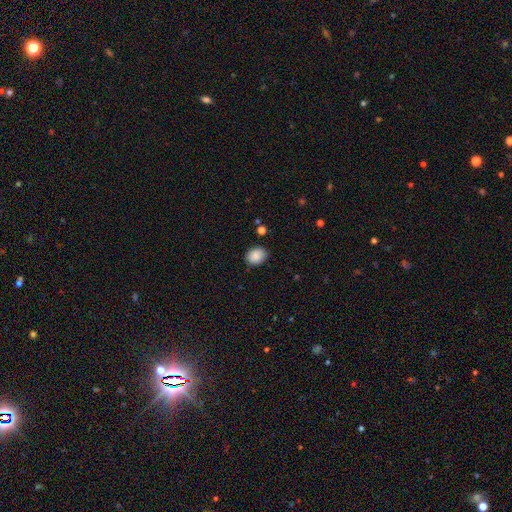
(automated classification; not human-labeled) Smooth or featured?
  - smooth: 88% *
  - star or artifact: 8%
  - featured or disk: 4%
How rounded?
  - in between: 58% *
  - round: 42%
  - cigar-shaped: 1%
Merging?
  - none: 80% *
  - minor disturbance: 15%
  - major disturbance: 3%
  - merger: 2%